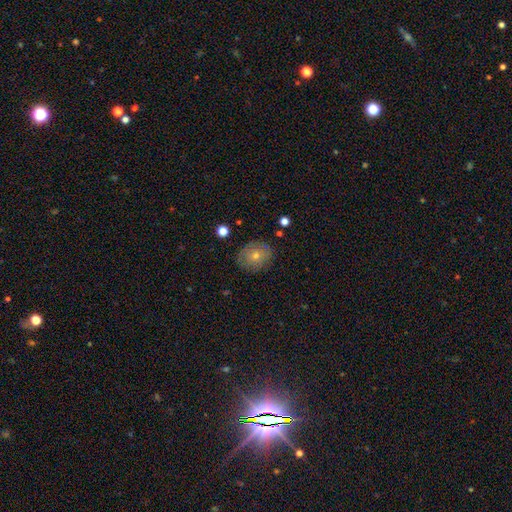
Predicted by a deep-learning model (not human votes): Smooth or featured?
  - smooth: 62% *
  - featured or disk: 26%
  - star or artifact: 13%
How rounded?
  - round: 69% *
  - in between: 30%
  - cigar-shaped: 1%
Merging?
  - none: 84% *
  - minor disturbance: 12%
  - major disturbance: 3%
  - merger: 1%